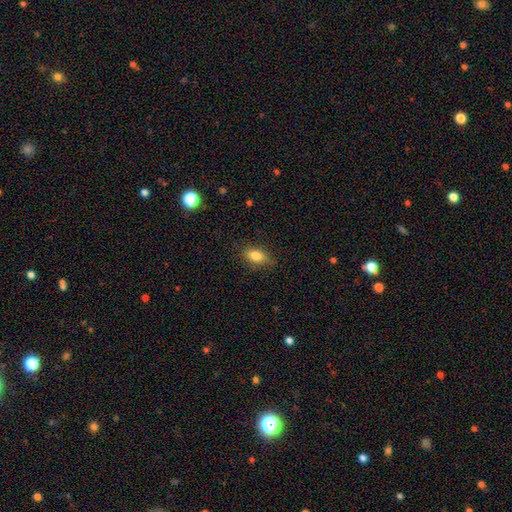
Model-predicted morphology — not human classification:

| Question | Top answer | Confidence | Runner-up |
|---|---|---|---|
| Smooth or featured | smooth | 82% | featured or disk (9%) |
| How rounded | in between | 86% | round (9%) |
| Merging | none | 82% | minor disturbance (13%) |